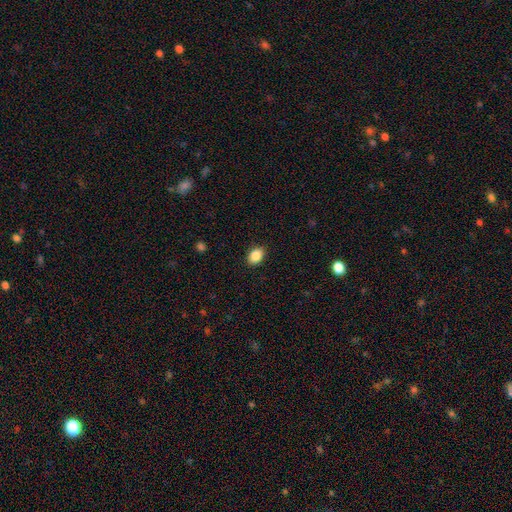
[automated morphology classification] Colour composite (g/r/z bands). It shows a smooth galaxy with no disk features (87%) that is in between round and cigar-shaped (77%). Merging: none (89%).